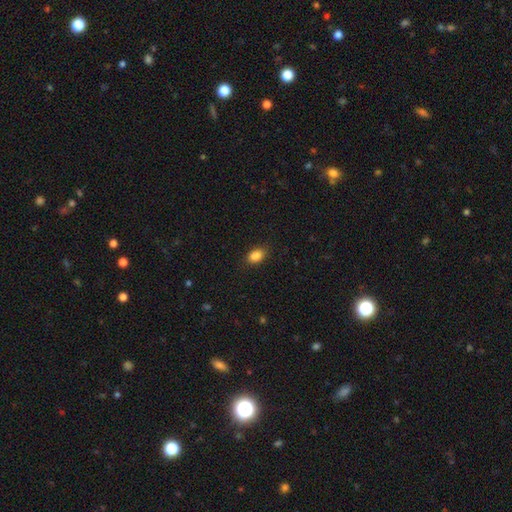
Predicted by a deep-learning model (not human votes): Smooth or featured? Predicted: smooth (p=0.87). How rounded? Predicted: in between (p=0.85). Merging? Predicted: none (p=0.84).